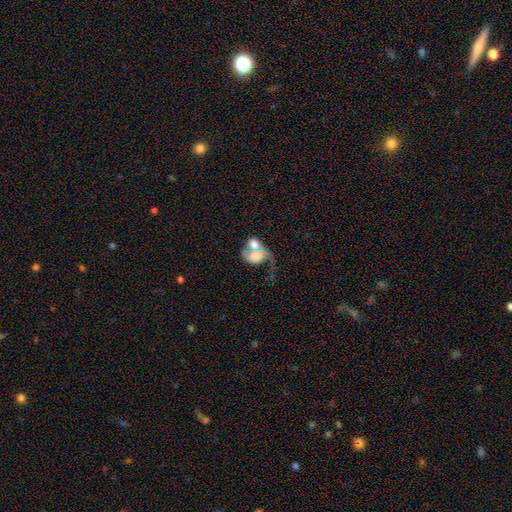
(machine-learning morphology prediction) type=featured or disk (55%); edge-on=no (98%); bar=no (73%); spiral arms=yes (78%); bulge=large (25%); merging=merger (50%).